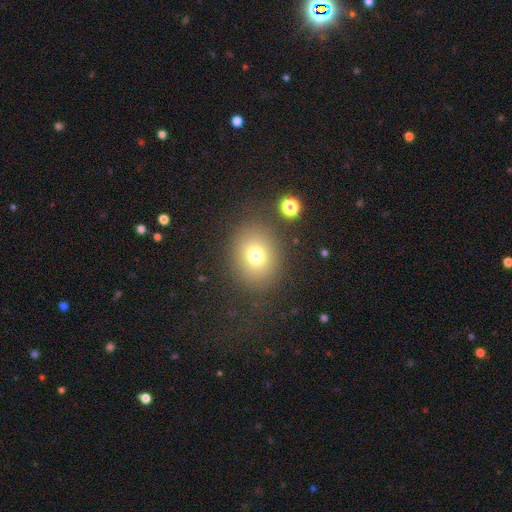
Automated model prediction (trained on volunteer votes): Smooth or featured? Predicted: smooth (p=0.73). How rounded? Predicted: round (p=0.58). Merging? Predicted: none (p=0.82).